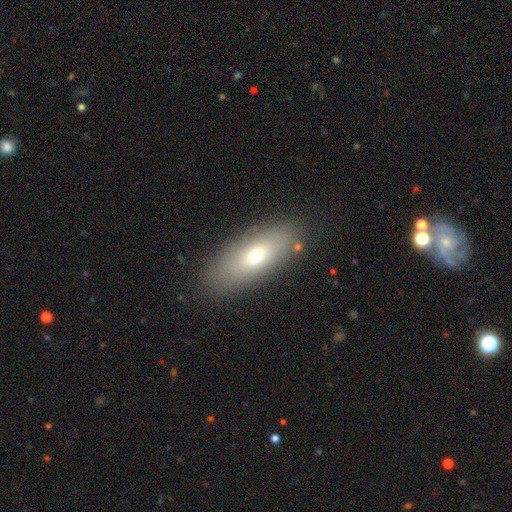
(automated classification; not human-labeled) Morphology: type=smooth (63%); roundness=in between (74%); merging=none (85%).